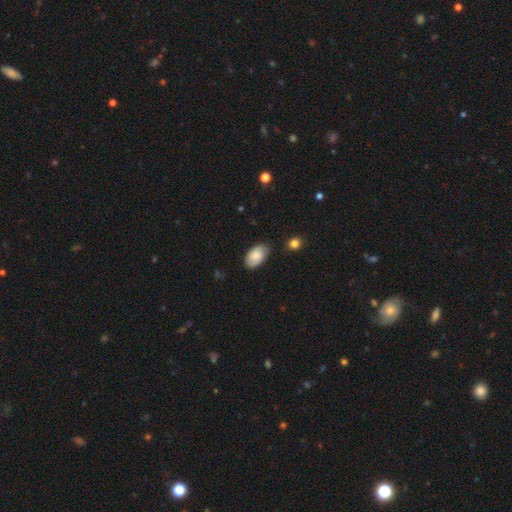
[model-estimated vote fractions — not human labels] Smooth or featured? smooth (77%)
How rounded? in between (94%)
Merging? none (77%)